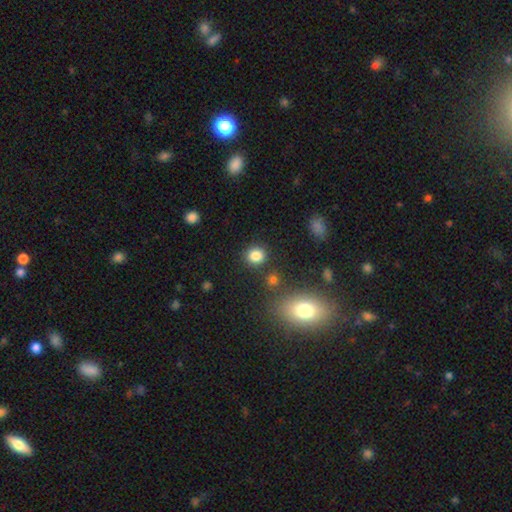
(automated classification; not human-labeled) Smooth or featured: smooth — 83% (star or artifact — 12%)
How rounded: round — 80% (in between — 18%)
Merging: none — 84% (minor disturbance — 8%)